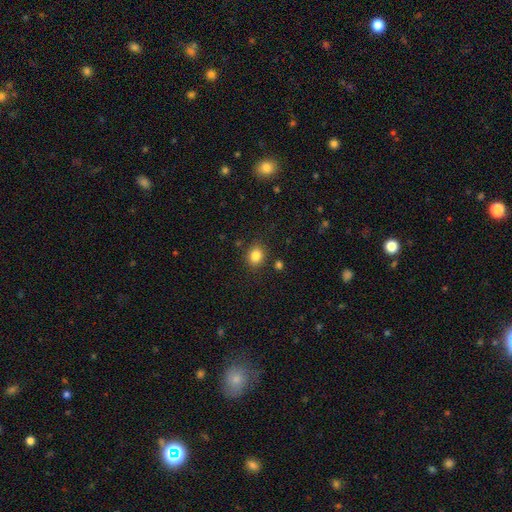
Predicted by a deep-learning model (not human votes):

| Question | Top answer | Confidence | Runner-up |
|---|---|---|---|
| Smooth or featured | smooth | 83% | star or artifact (11%) |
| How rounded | round | 61% | in between (39%) |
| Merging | none | 85% | minor disturbance (9%) |